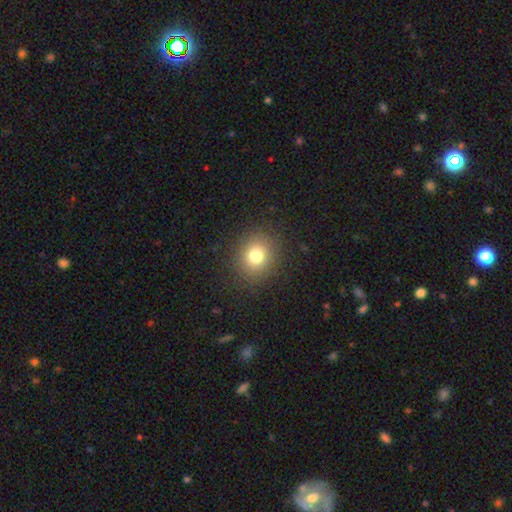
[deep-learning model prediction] The model was most divided on "how rounded": round: 79%, in between: 20%, cigar-shaped: 1%. More confident: merging — none (88%); smooth or featured — smooth (77%).